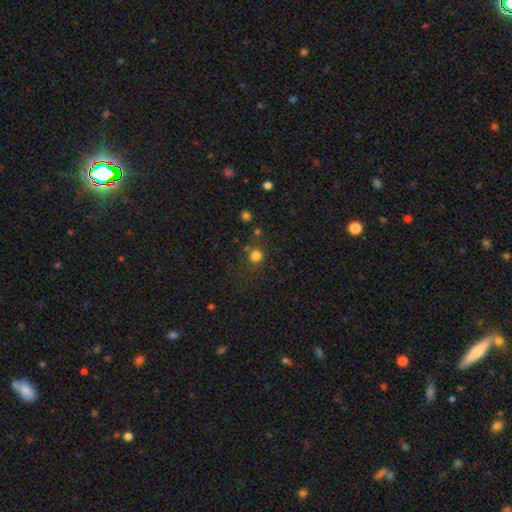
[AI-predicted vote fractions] Smooth or featured? Predicted: smooth (p=0.79). How rounded? Predicted: round (p=0.89). Merging? Predicted: none (p=0.76).